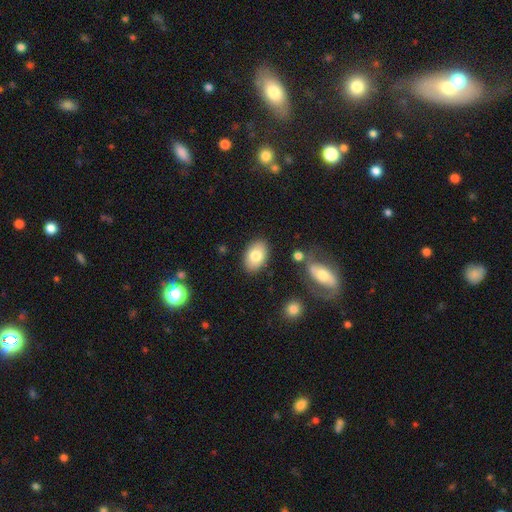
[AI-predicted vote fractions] Q: Smooth or featured?
A: smooth (80%); runner-up: featured or disk (13%)
Q: How rounded?
A: in between (89%); runner-up: round (9%)
Q: Merging?
A: none (85%); runner-up: minor disturbance (10%)